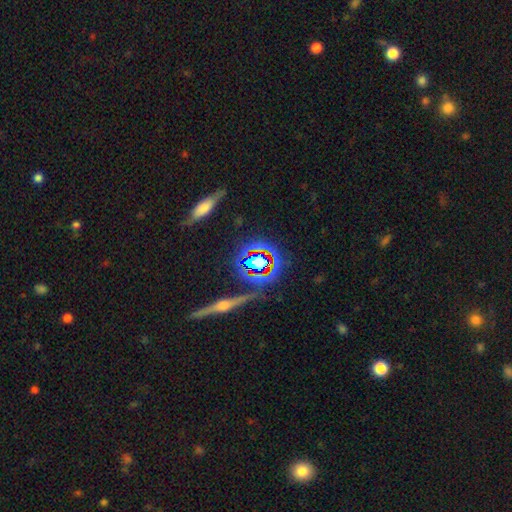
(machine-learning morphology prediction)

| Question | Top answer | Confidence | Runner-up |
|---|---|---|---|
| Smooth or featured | star or artifact | 42% | featured or disk (39%) |